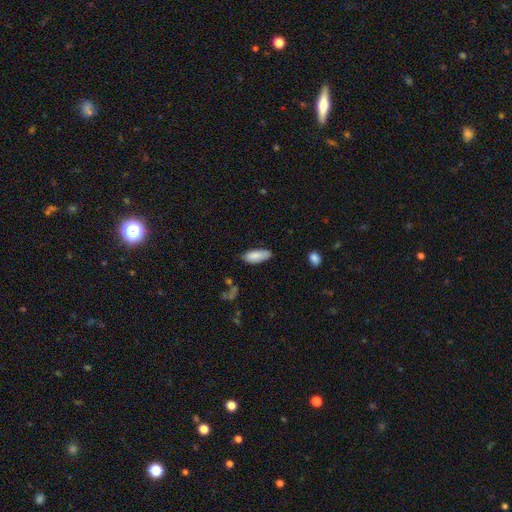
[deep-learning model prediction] The model was most divided on "merging": none: 73%, minor disturbance: 21%, major disturbance: 4%, merger: 2%. More confident: smooth or featured — smooth (85%); how rounded — in between (80%).